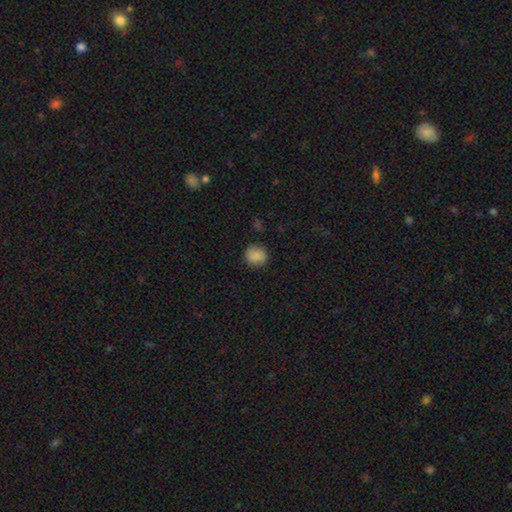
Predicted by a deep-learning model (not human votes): Smooth or featured? Predicted: smooth (p=0.85). How rounded? Predicted: round (p=0.82). Merging? Predicted: none (p=0.84).